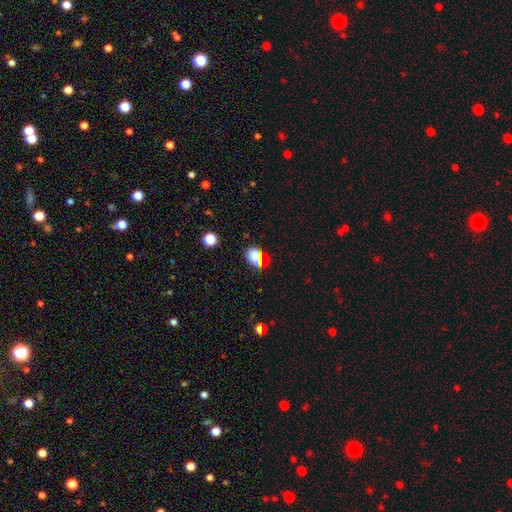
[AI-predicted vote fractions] Q: Smooth or featured?
A: smooth (70%); runner-up: star or artifact (23%)
Q: How rounded?
A: in between (49%); tied with: round (49%)
Q: Merging?
A: none (74%); runner-up: minor disturbance (13%)